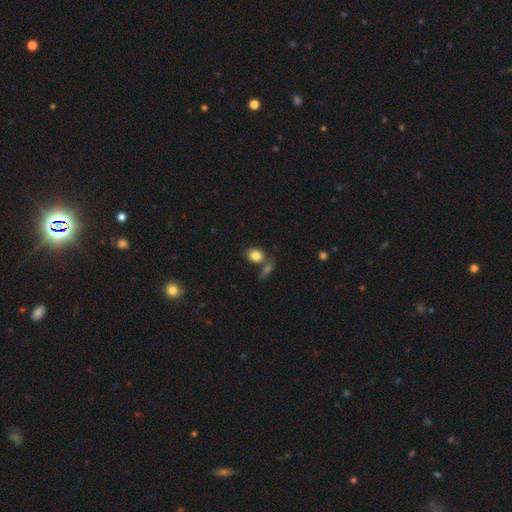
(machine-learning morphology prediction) smooth 84%, star or artifact 9%, featured or disk 7%. Down the decision tree: how rounded — in between (52%); merging — none (59%).